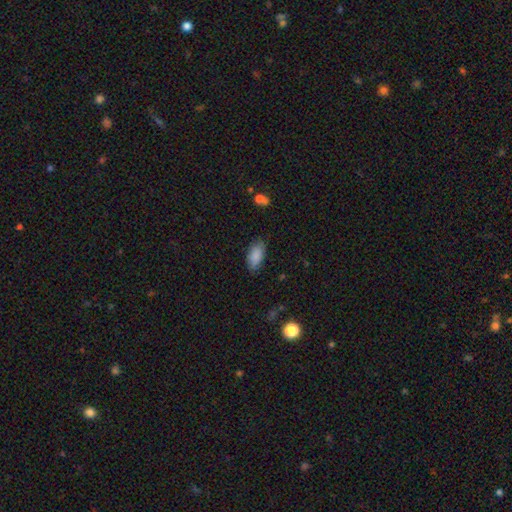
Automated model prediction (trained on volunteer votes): smooth_or_featured: smooth (p=0.88) [alt: star or artifact p=0.07]
how_rounded: in between (p=0.91) [alt: cigar-shaped p=0.07]
merging: none (p=0.80) [alt: minor disturbance p=0.15]